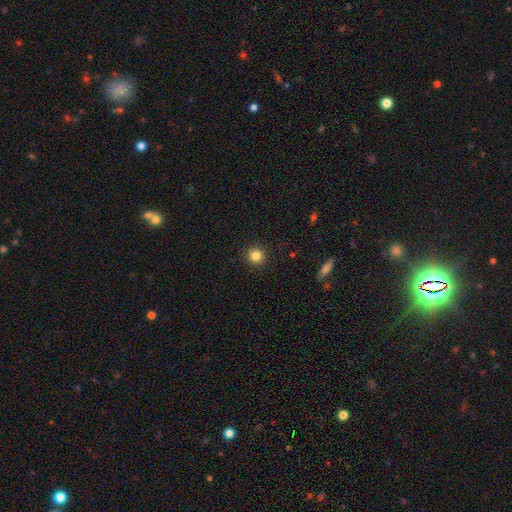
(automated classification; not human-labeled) smooth-or-featured: smooth: 83% | star or artifact: 12% | featured or disk: 5%
  how-rounded: round: 94% | in between: 5% | cigar-shaped: 1%
  merging: none: 92% | minor disturbance: 5% | major disturbance: 2% | merger: 1%